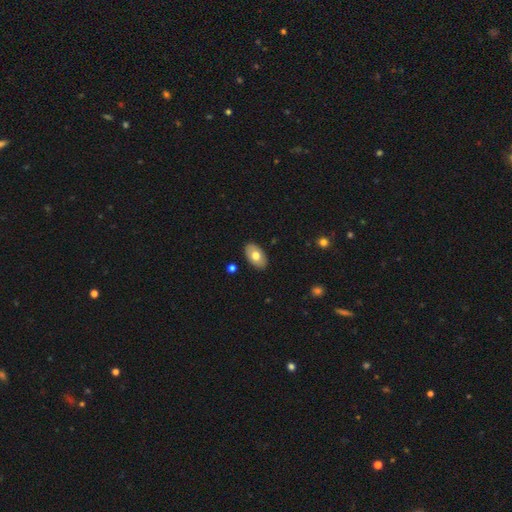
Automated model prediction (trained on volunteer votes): Smooth or featured: smooth — 71% (featured or disk — 23%)
How rounded: in between — 93% (round — 6%)
Merging: none — 88% (minor disturbance — 9%)